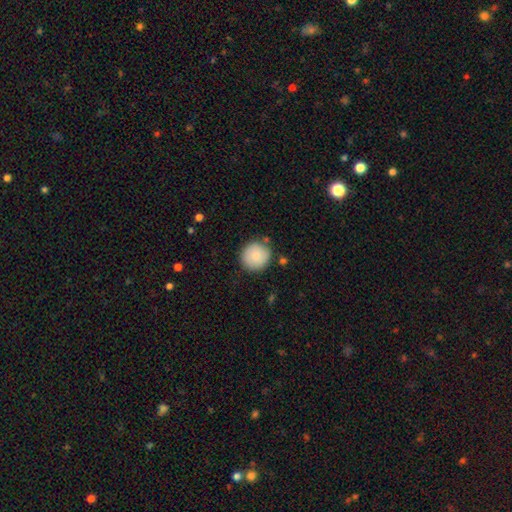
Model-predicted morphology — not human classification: Smooth or featured: smooth — 83% (featured or disk — 10%)
How rounded: round — 94% (in between — 5%)
Merging: none — 84% (minor disturbance — 11%)